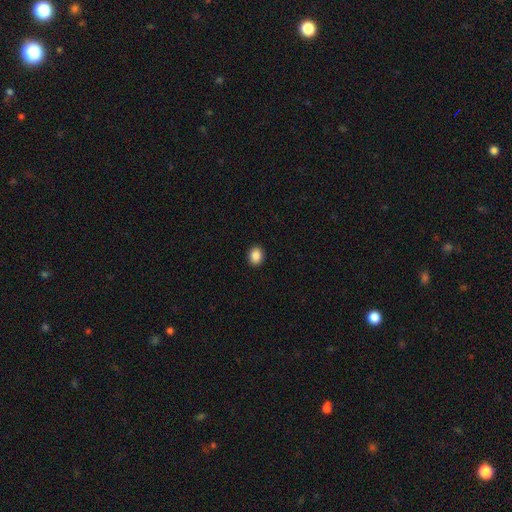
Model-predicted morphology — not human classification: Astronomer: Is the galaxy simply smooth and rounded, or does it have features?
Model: smooth — 88%.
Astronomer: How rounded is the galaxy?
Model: round — 59% (runner-up: in between, 40%).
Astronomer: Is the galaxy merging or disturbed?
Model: none — 92%.